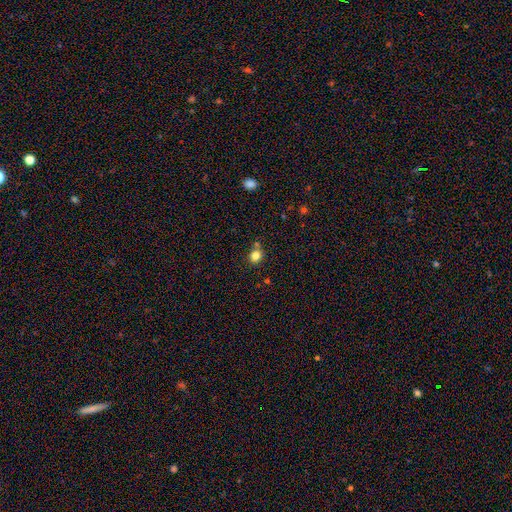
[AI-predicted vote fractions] This is clearly a smooth galaxy (81%). How rounded: likely round (77%). Merging: likely none (74%).